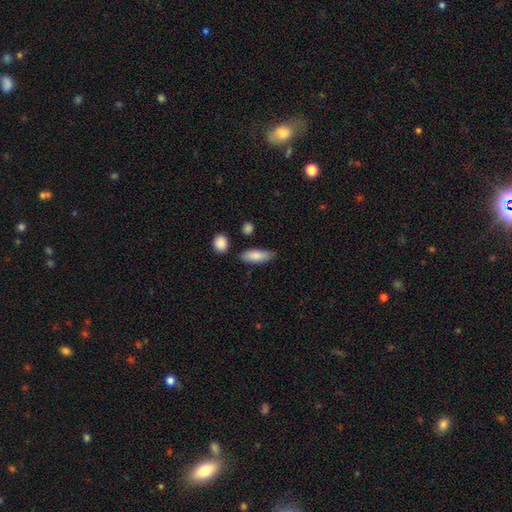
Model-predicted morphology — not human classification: The model was most divided on "how rounded": in between: 74%, cigar-shaped: 24%, round: 3%. More confident: smooth or featured — smooth (83%); merging — none (75%).